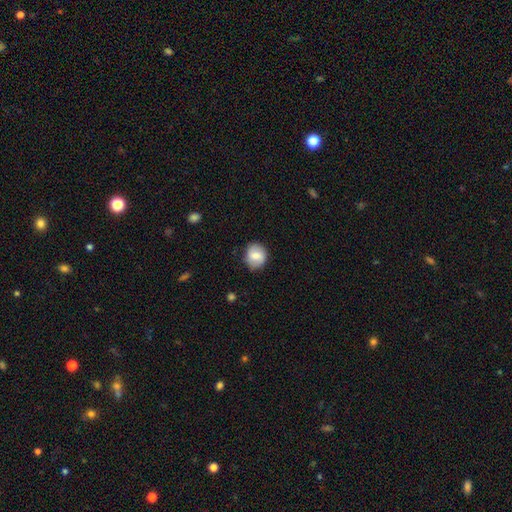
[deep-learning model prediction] This is likely a smooth galaxy (75%). How rounded: likely round (76%). Merging: clearly none (83%).